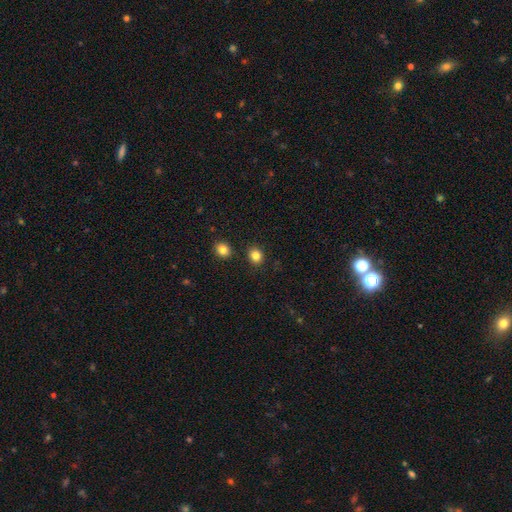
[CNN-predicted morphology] type=smooth (84%); roundness=round (79%); merging=none (88%).